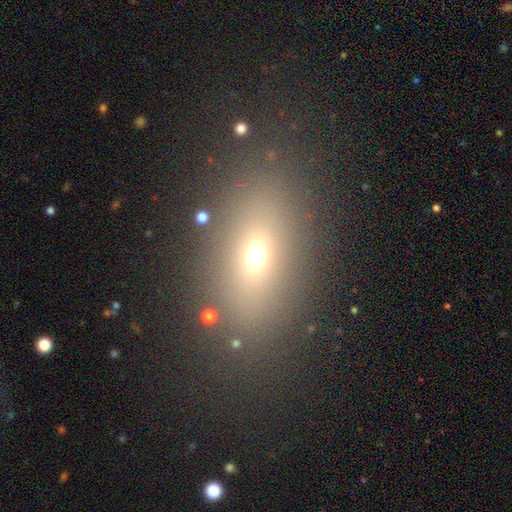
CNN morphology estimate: Smooth or featured?
  - smooth: 63% *
  - star or artifact: 21%
  - featured or disk: 16%
How rounded?
  - in between: 72% *
  - round: 22%
  - cigar-shaped: 6%
Merging?
  - none: 82% *
  - minor disturbance: 9%
  - major disturbance: 6%
  - merger: 3%